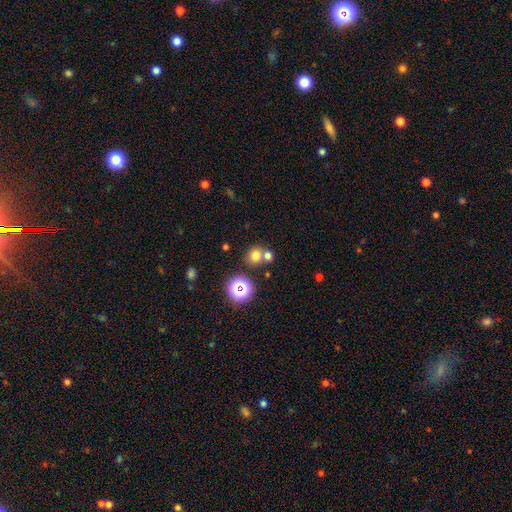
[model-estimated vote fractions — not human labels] Overall: smooth (72%). How rounded: round (84%). Merging: none (59%; merger 31%).